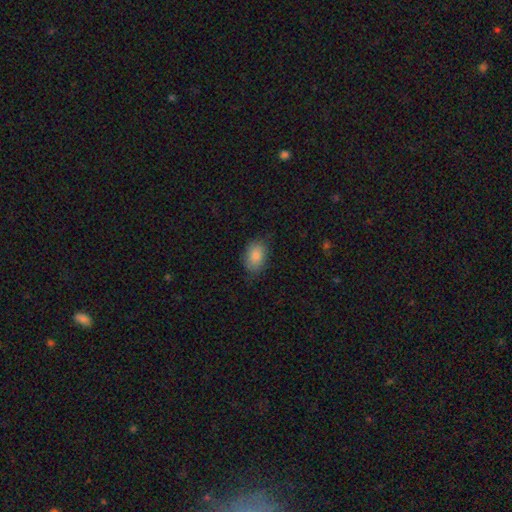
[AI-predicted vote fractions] This appears to be a smooth galaxy with no disk features (86%) that is in between round and cigar-shaped (85%). Merging: none (75%).